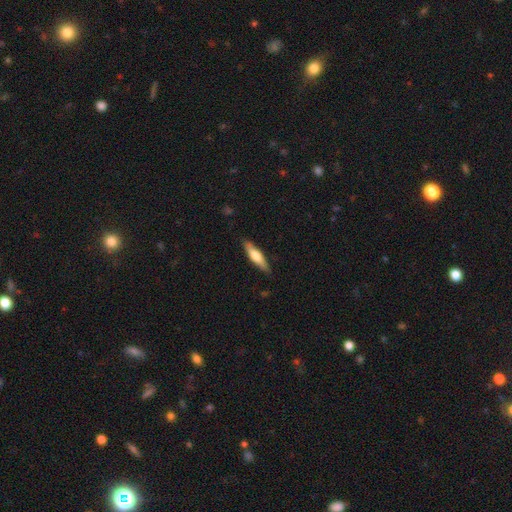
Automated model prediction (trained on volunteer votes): smooth 51%, featured or disk 44%, star or artifact 5%. Down the decision tree: how rounded — cigar-shaped (77%); merging — none (87%).